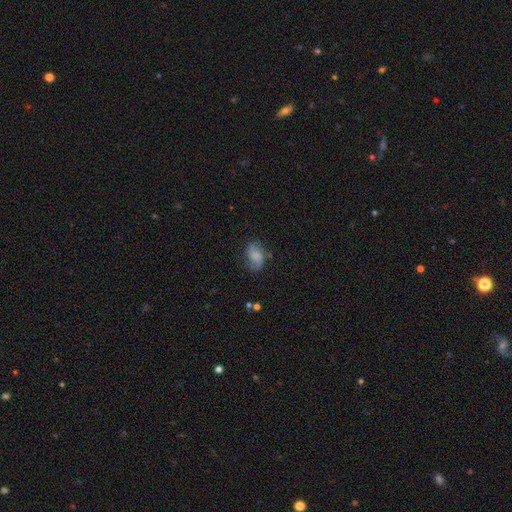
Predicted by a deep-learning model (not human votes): smooth 48%, featured or disk 42%, star or artifact 9%. Down the decision tree: merging — none (66%).